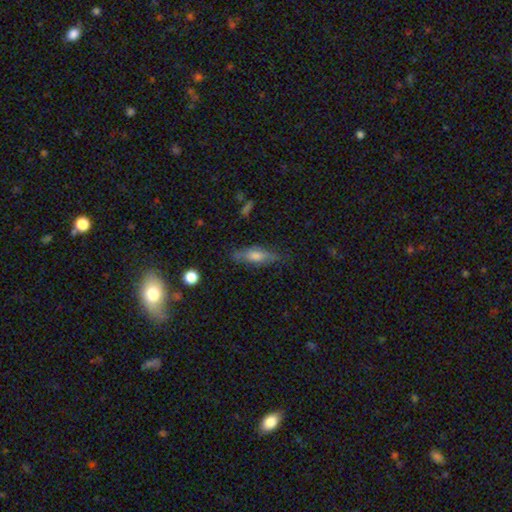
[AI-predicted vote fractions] Overall: smooth (54%; featured or disk 37%). How rounded: cigar-shaped (49%; in between 48%). Merging: none (75%).